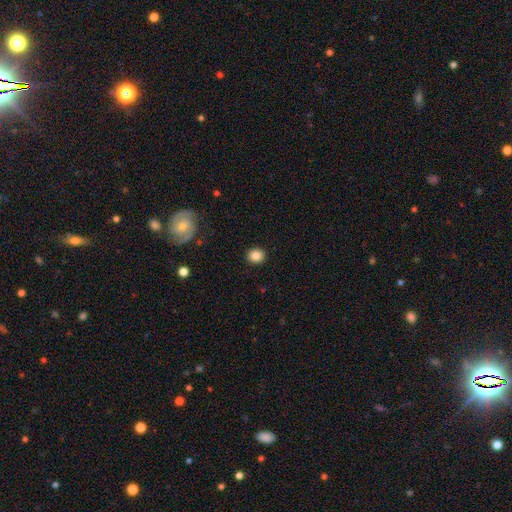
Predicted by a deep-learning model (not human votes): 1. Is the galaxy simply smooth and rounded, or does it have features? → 85% smooth, 9% star or artifact, 5% featured or disk.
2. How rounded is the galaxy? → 79% round, 20% in between, 1% cigar-shaped.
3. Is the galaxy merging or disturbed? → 91% none, 6% minor disturbance, 2% major disturbance, 1% merger.